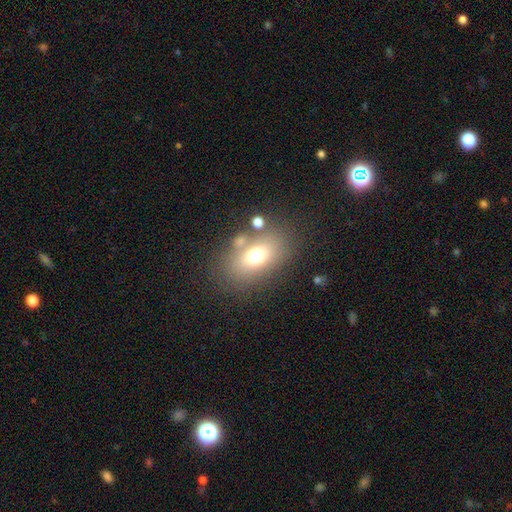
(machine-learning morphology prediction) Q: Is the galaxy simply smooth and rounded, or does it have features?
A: smooth — 68%.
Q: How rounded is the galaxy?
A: in between — 80%.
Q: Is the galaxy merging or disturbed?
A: none — 70%.